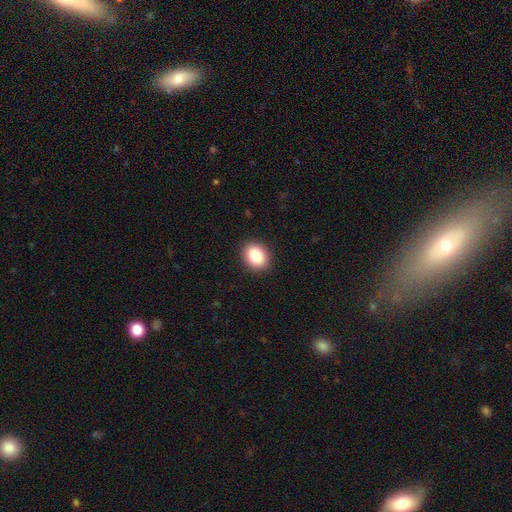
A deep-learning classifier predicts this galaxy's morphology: smooth_or_featured: smooth (p=0.84) [alt: star or artifact p=0.09]
how_rounded: in between (p=0.56) [alt: round p=0.43]
merging: none (p=0.90) [alt: minor disturbance p=0.07]